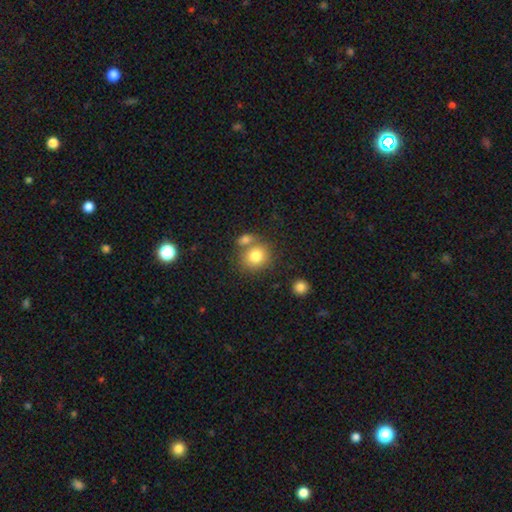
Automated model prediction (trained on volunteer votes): Morphology: type=smooth (80%); roundness=round (78%); merging=none (55%).